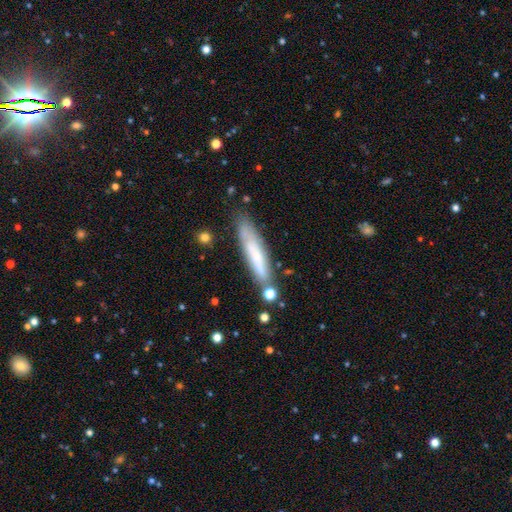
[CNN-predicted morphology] Smooth or featured: smooth — 57% (featured or disk — 35%)
How rounded: cigar-shaped — 88% (in between — 10%)
Merging: none — 75% (minor disturbance — 16%)